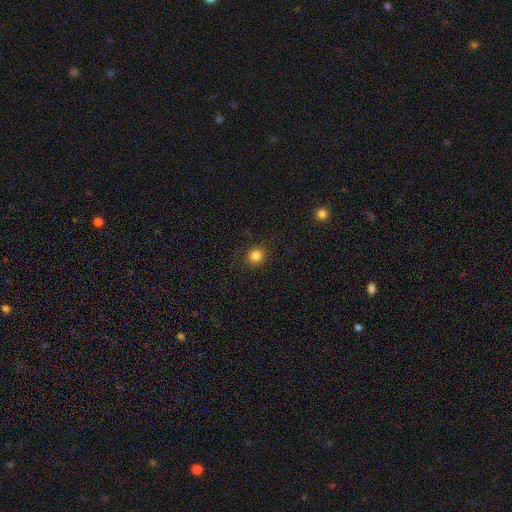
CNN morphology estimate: Smooth or featured? Predicted: smooth (p=0.84). How rounded? Predicted: round (p=0.89). Merging? Predicted: none (p=0.88).